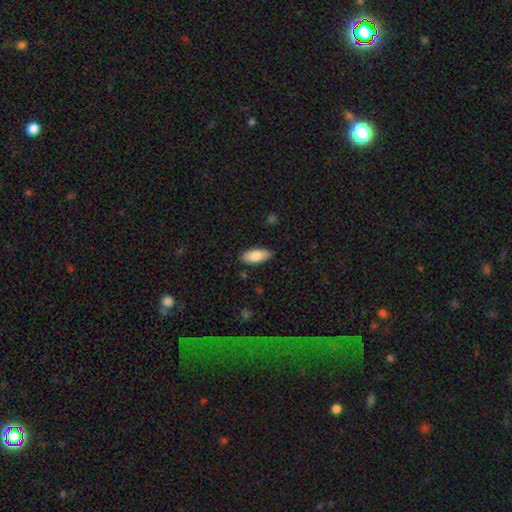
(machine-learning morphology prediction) smooth_or_featured: smooth (p=0.83) [alt: featured or disk p=0.11]
how_rounded: in between (p=0.84) [alt: cigar-shaped p=0.14]
merging: none (p=0.85) [alt: minor disturbance p=0.12]